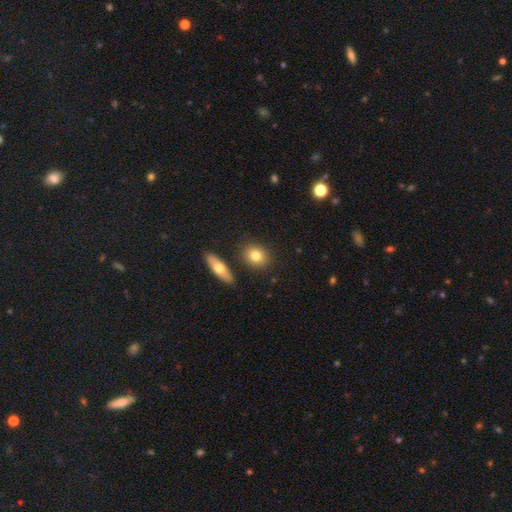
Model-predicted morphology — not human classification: smooth 78%, featured or disk 14%, star or artifact 8%. Down the decision tree: how rounded — round (57%); merging — none (82%).